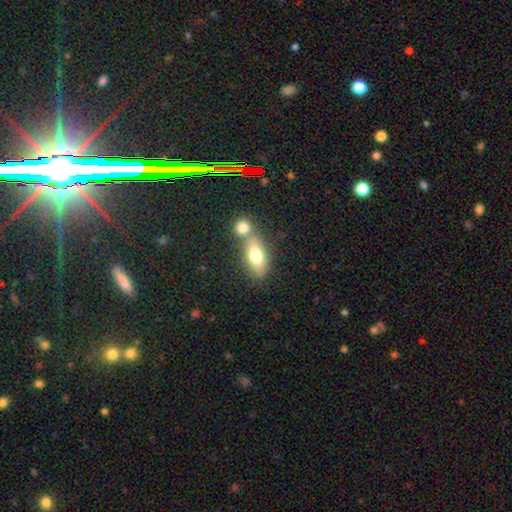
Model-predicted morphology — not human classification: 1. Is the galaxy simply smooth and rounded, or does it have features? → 71% smooth, 21% featured or disk, 8% star or artifact.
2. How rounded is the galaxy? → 77% in between, 13% cigar-shaped, 9% round.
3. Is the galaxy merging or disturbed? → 49% none, 38% merger, 9% minor disturbance, 3% major disturbance.